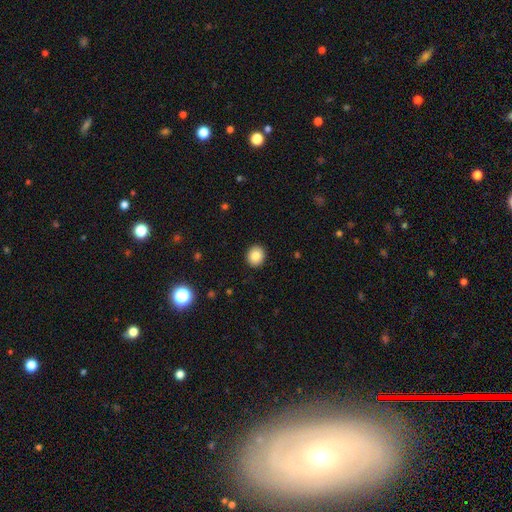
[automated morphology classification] Overall: smooth (84%). How rounded: round (81%). Merging: none (92%).